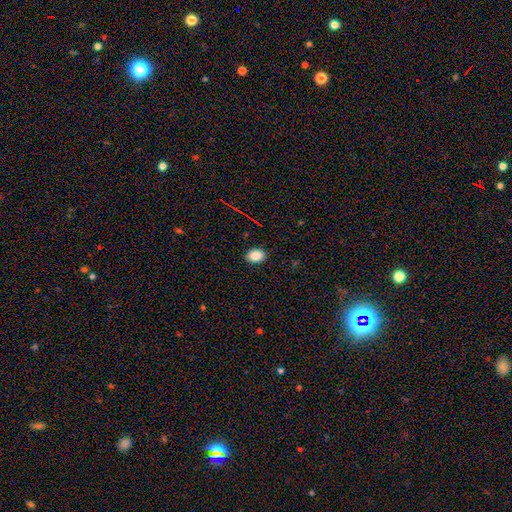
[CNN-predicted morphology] Smooth or featured: smooth — 87% (star or artifact — 9%)
How rounded: in between — 83% (round — 16%)
Merging: none — 89% (minor disturbance — 8%)